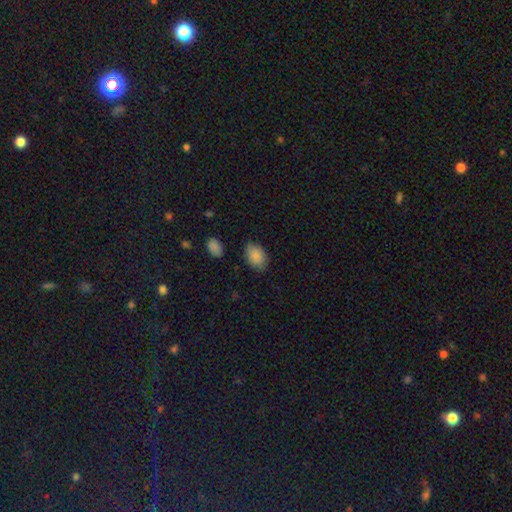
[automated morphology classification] Smooth or featured: smooth — 87% (star or artifact — 8%)
How rounded: in between — 80% (round — 19%)
Merging: none — 76% (minor disturbance — 18%)